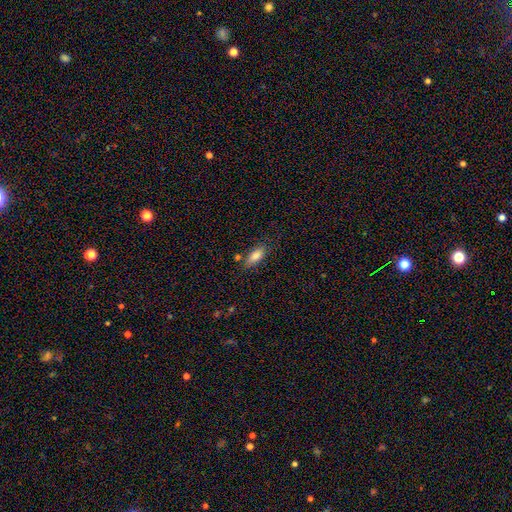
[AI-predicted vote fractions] Overall: smooth (80%). How rounded: in between (83%). Merging: none (75%).